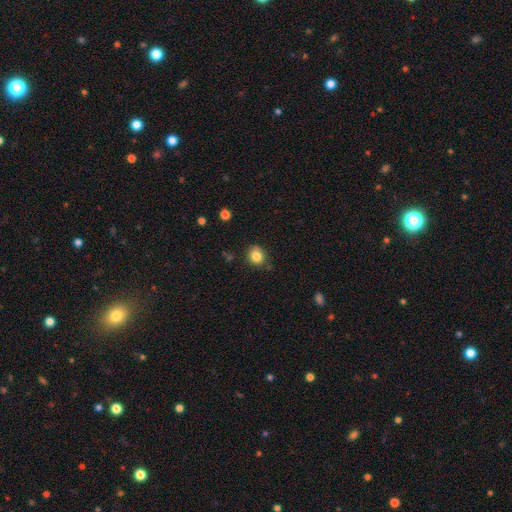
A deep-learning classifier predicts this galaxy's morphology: smooth 83%, star or artifact 11%, featured or disk 7%. Down the decision tree: how rounded — round (78%); merging — none (81%).